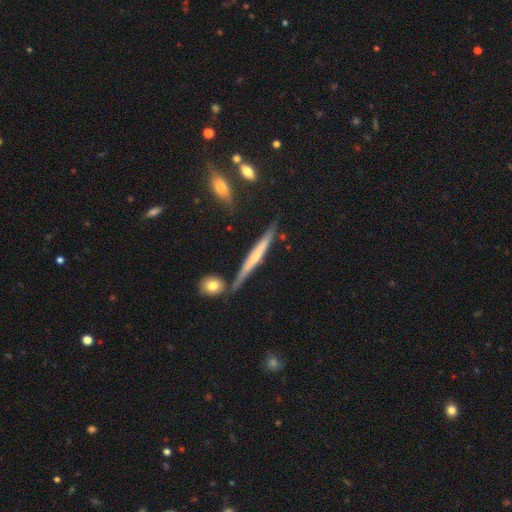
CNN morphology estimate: Smooth or featured? Predicted: featured or disk (p=0.56). Edge-on disk? Predicted: yes (p=0.95). Edge-on bulge? Predicted: none (p=0.63). Merging? Predicted: none (p=0.77).